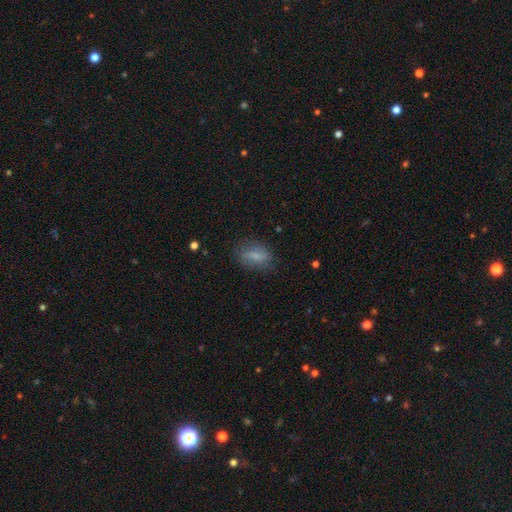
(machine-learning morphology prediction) smooth-or-featured: smooth: 71% | featured or disk: 21% | star or artifact: 9%
  how-rounded: in between: 80% | round: 11% | cigar-shaped: 10%
  merging: none: 75% | minor disturbance: 18% | major disturbance: 6% | merger: 1%